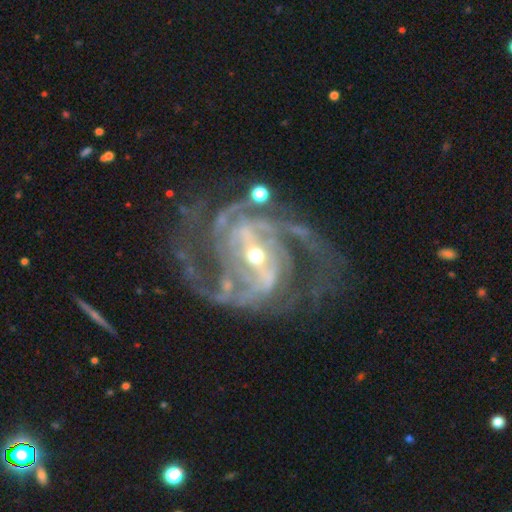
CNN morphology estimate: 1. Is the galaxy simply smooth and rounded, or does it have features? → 93% featured or disk, 5% star or artifact, 2% smooth.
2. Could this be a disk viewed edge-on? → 97% no, 3% yes.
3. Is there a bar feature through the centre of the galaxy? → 54% strong, 33% weak, 13% no.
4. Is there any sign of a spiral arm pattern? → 98% yes, 2% no.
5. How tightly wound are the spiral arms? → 54% medium, 35% tight, 12% loose.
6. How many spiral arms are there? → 50% 2, 22% 3, 9% can't tell, 9% 4, 5% more than 4, 5% 1.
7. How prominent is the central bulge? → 51% small, 45% moderate, 2% large, 1% none, 1% dominant.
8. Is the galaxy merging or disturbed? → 65% none, 17% minor disturbance, 15% major disturbance, 3% merger.